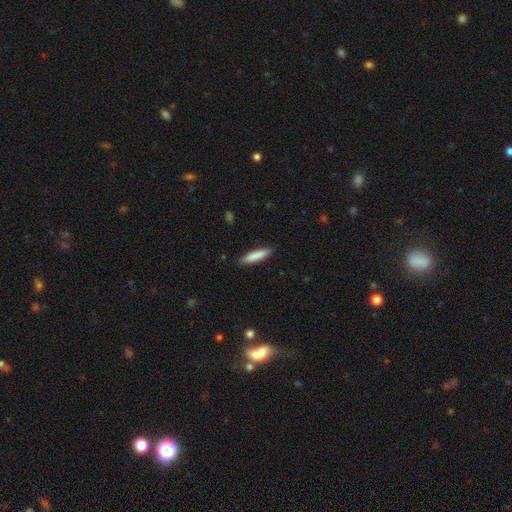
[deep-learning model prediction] Smooth or featured? smooth (85%)
How rounded? cigar-shaped (80%)
Merging? none (88%)